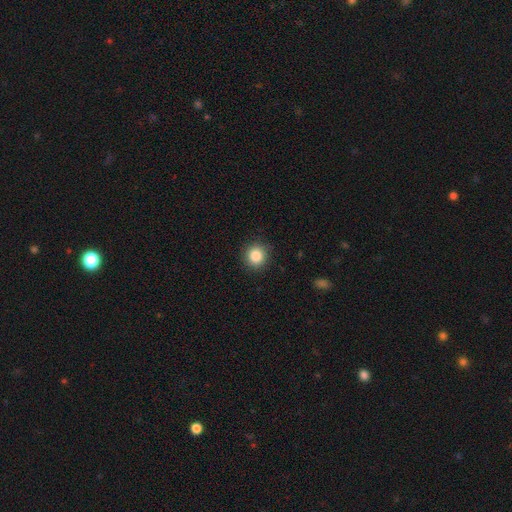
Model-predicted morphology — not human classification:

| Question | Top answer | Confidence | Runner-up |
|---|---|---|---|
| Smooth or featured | smooth | 85% | star or artifact (10%) |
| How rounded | round | 91% | in between (8%) |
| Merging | none | 90% | minor disturbance (7%) |